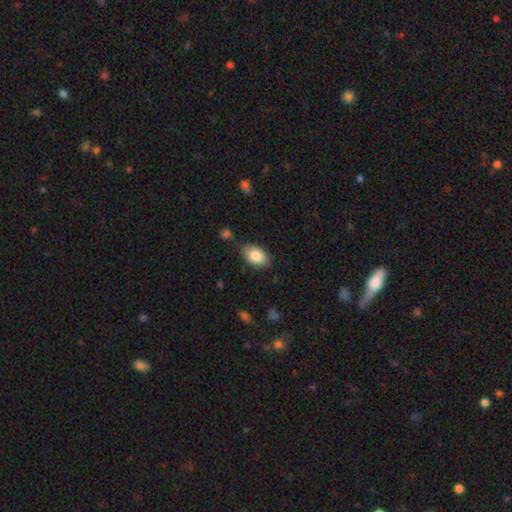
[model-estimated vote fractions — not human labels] Smooth or featured? Predicted: smooth (p=0.85). How rounded? Predicted: in between (p=0.91). Merging? Predicted: none (p=0.77).